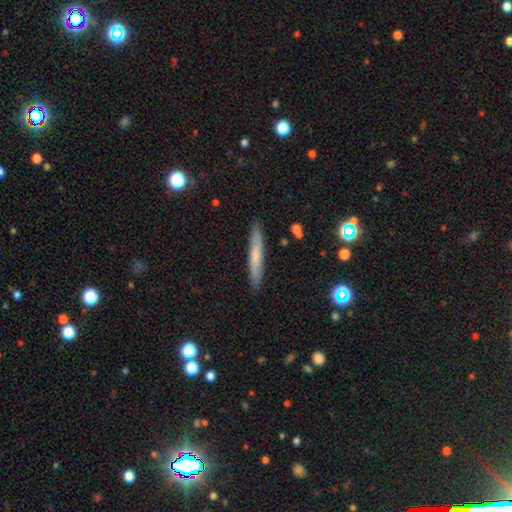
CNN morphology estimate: A smooth galaxy with no disk features (64%) that is cigar-shaped (94%).

Vote fractions:
- Smooth or featured? smooth: 64% / featured or disk: 29% / star or artifact: 7%
- How rounded? cigar-shaped: 94% / in between: 5% / round: 1%
- Merging? none: 89% / minor disturbance: 8% / major disturbance: 2% / merger: 1%